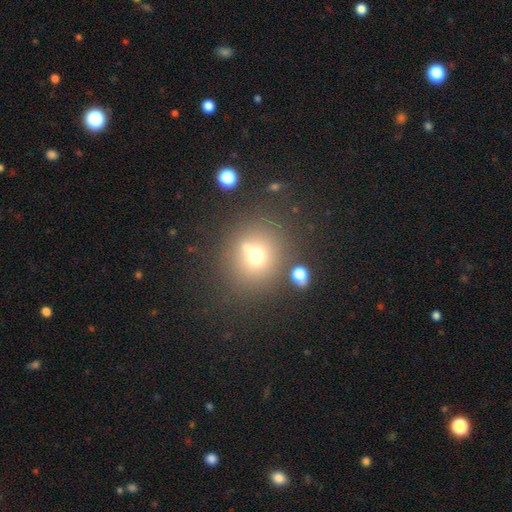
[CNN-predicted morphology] This appears to be a smooth galaxy with no disk features (67%) that is round (86%). Merging: none (69%).